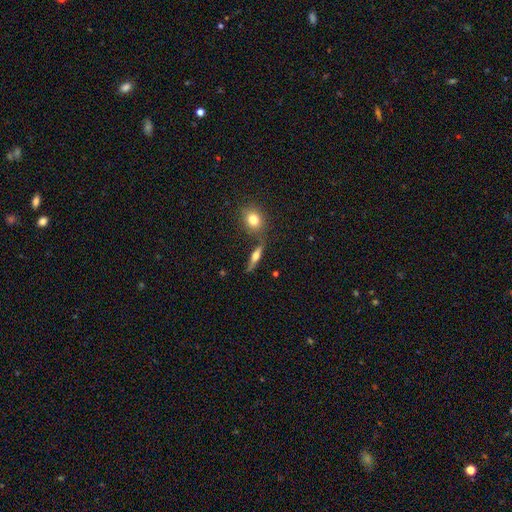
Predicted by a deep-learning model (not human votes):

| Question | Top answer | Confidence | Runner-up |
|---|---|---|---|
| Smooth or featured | featured or disk | 54% | smooth (37%) |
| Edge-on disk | yes | 91% | no (9%) |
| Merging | none | 71% | minor disturbance (13%) |